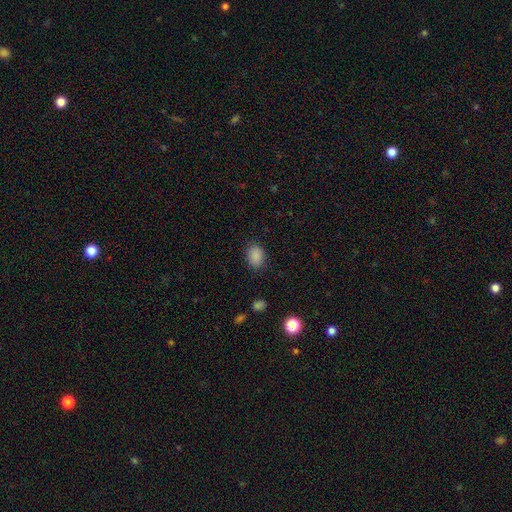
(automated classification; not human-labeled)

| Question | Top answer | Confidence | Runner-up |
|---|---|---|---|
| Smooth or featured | smooth | 87% | star or artifact (10%) |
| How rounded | in between | 71% | round (28%) |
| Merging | none | 84% | minor disturbance (12%) |